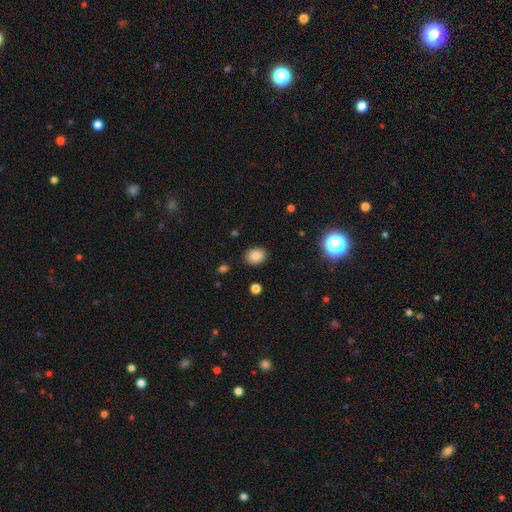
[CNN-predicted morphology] This appears to be a smooth galaxy with no disk features (86%) that is in between round and cigar-shaped (61%). Merging: none (87%).